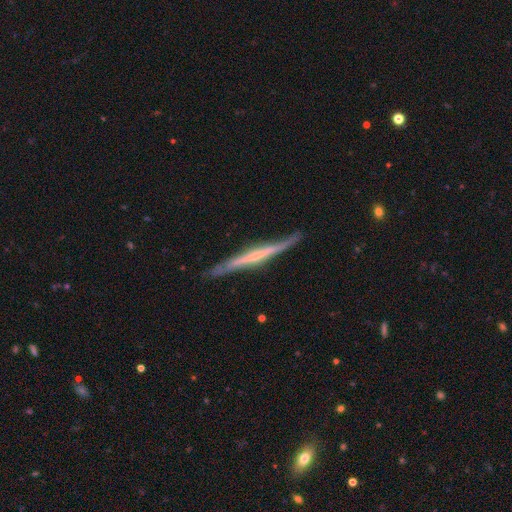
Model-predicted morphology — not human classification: This appears to be a featured or disk galaxy (73%) viewed edge-on (95%) with no central bulge (56%). Merging: none (80%).